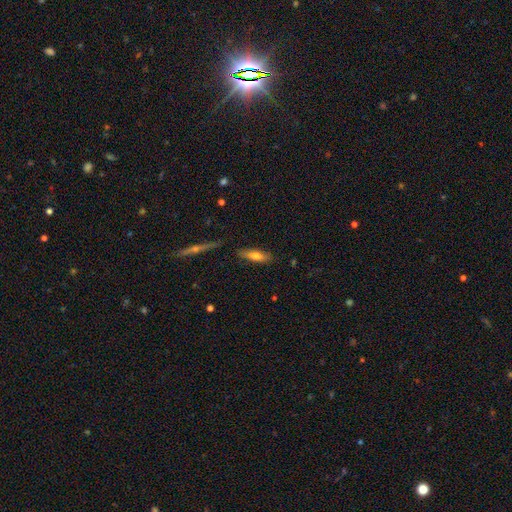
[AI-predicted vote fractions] This is likely a smooth galaxy (62%). How rounded: possibly cigar-shaped (58%). Merging: clearly none (83%).